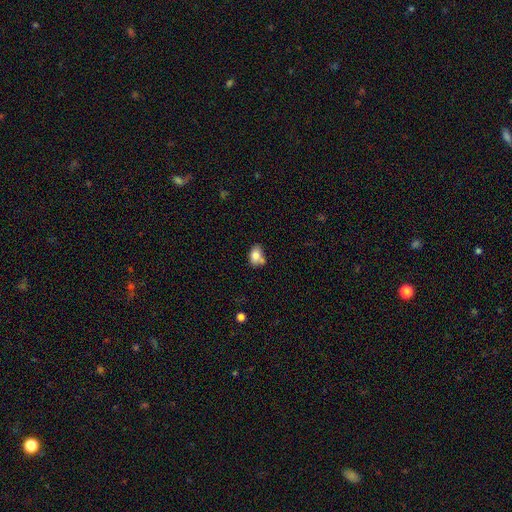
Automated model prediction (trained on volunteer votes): Q: Smooth or featured?
A: smooth (80%); runner-up: featured or disk (12%)
Q: How rounded?
A: in between (76%); runner-up: round (22%)
Q: Merging?
A: none (52%); runner-up: merger (23%)